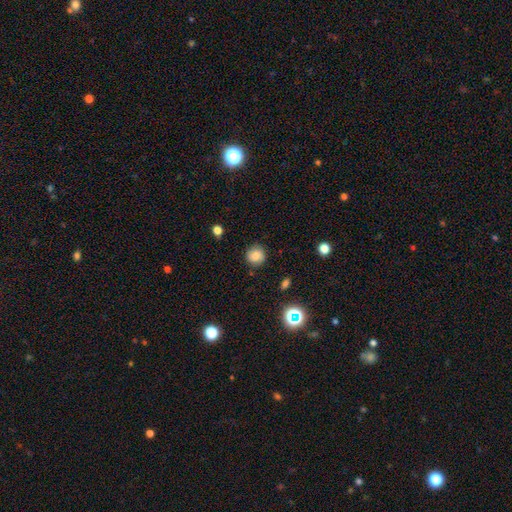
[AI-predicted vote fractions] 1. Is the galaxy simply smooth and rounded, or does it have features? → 81% smooth, 12% star or artifact, 7% featured or disk.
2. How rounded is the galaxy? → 90% round, 9% in between, 1% cigar-shaped.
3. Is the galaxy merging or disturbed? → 84% none, 12% minor disturbance, 3% major disturbance, 2% merger.